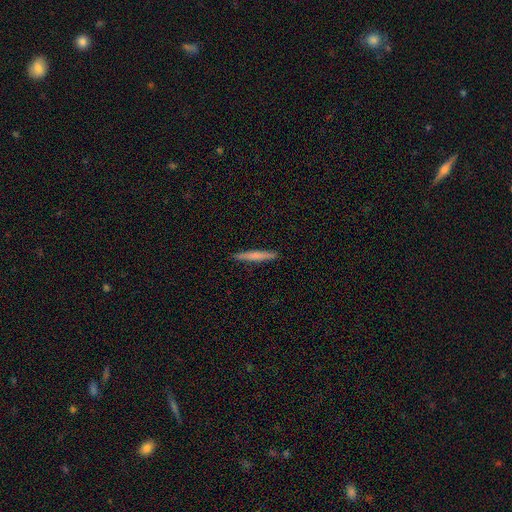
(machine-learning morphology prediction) Smooth or featured? smooth (64%)
How rounded? cigar-shaped (95%)
Merging? none (92%)